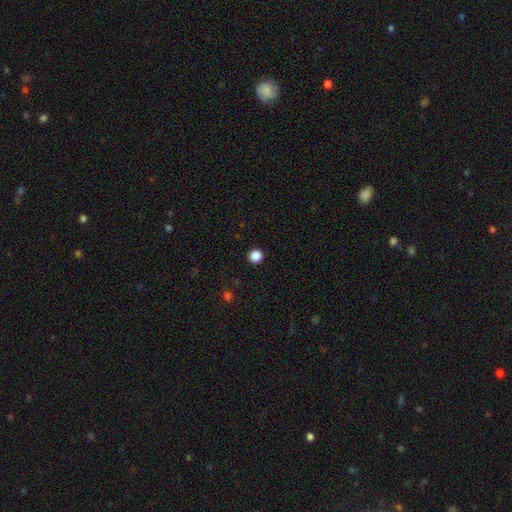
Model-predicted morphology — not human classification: A smooth galaxy with no disk features (87%) that is round (95%). Merging: none (94%).